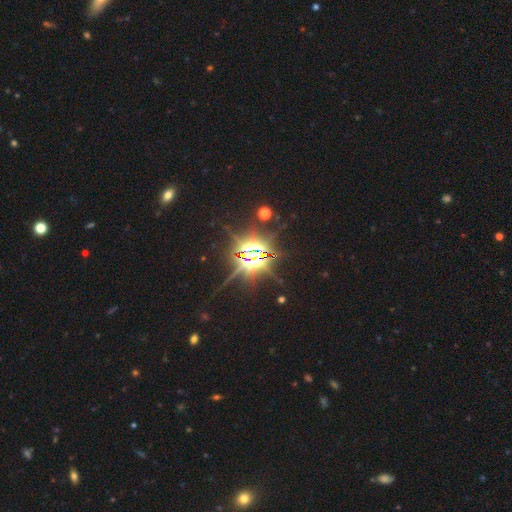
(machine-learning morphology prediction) The model was most divided on "smooth or featured": star or artifact: 82%, featured or disk: 11%, smooth: 7%.